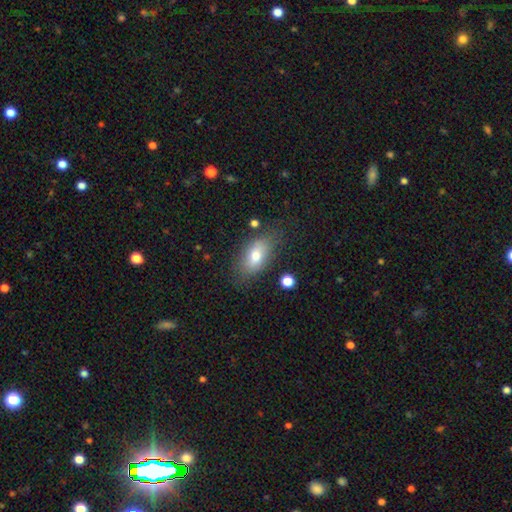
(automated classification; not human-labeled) A smooth galaxy with no disk features (74%) that is in between round and cigar-shaped (88%).

Vote fractions:
- Smooth or featured? smooth: 74% / featured or disk: 17% / star or artifact: 8%
- How rounded? in between: 88% / round: 6% / cigar-shaped: 6%
- Merging? none: 76% / minor disturbance: 16% / major disturbance: 5% / merger: 3%